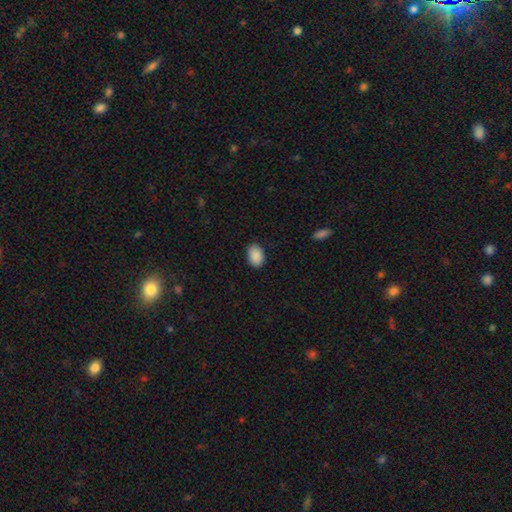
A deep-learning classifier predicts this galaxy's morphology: smooth_or_featured: smooth (p=0.90) [alt: star or artifact p=0.07]
how_rounded: in between (p=0.85) [alt: round p=0.14]
merging: none (p=0.87) [alt: minor disturbance p=0.10]